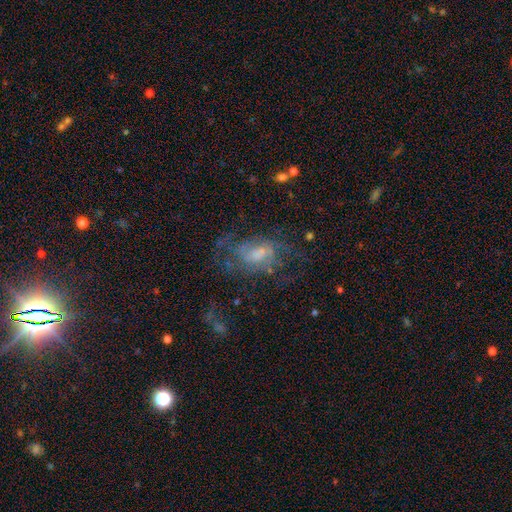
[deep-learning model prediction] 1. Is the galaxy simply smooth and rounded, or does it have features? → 64% featured or disk, 20% smooth, 15% star or artifact.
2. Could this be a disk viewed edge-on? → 95% no, 5% yes.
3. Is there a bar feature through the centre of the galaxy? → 45% no (tied), 45% weak (tied), 10% strong.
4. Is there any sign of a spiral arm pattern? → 79% yes, 21% no.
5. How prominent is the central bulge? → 39% moderate, 32% small, 16% none, 12% large, 2% dominant.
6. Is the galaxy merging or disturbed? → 56% none, 23% major disturbance, 19% minor disturbance, 3% merger.